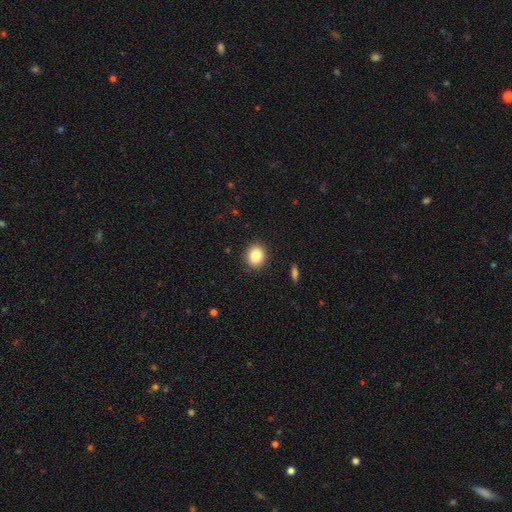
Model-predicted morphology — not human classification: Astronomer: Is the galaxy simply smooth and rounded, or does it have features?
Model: smooth — 85%.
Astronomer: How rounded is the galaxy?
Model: round — 76%.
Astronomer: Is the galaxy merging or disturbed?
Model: none — 90%.